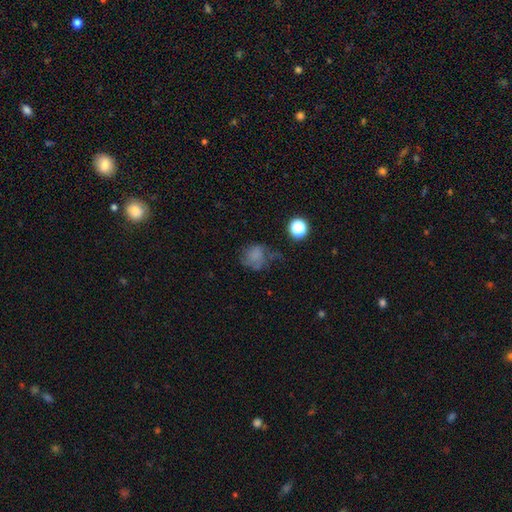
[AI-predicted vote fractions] Smooth or featured? Predicted: smooth (p=0.59). How rounded? Predicted: round (p=0.68). Merging? Predicted: none (p=0.40).